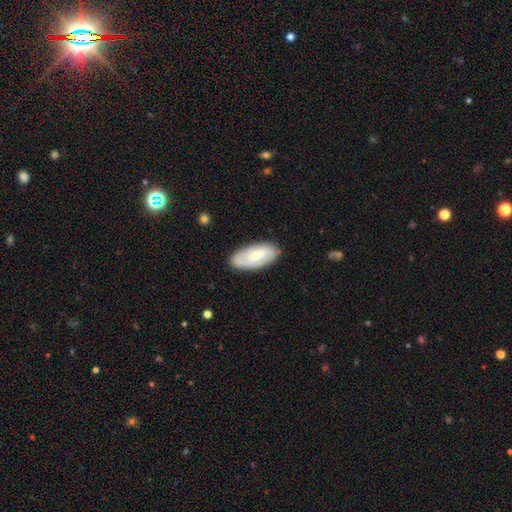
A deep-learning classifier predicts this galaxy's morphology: type=featured or disk (48%); merging=none (81%).